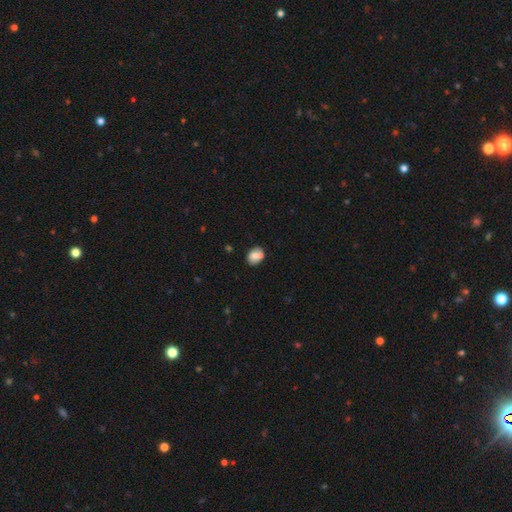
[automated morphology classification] The model was most divided on "how rounded": in between: 62%, round: 36%, cigar-shaped: 1%. More confident: smooth or featured — smooth (72%); merging — none (67%).